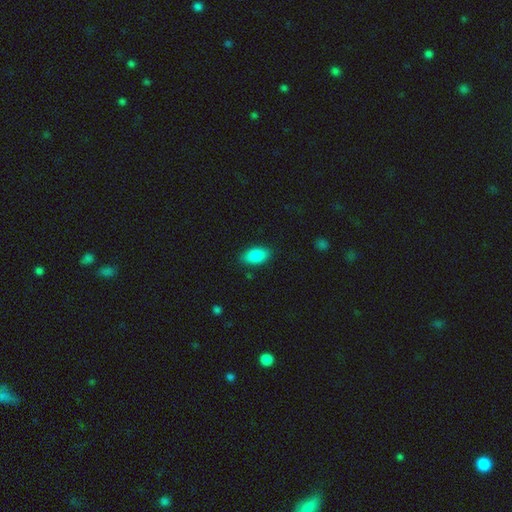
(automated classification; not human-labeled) A smooth galaxy with no disk features (87%) that is in between round and cigar-shaped (92%). Merging: none (86%).